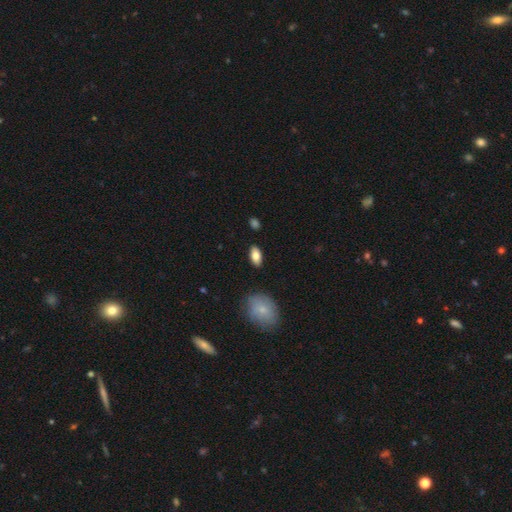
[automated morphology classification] Smooth or featured? Predicted: smooth (p=0.80). How rounded? Predicted: in between (p=0.91). Merging? Predicted: none (p=0.87).